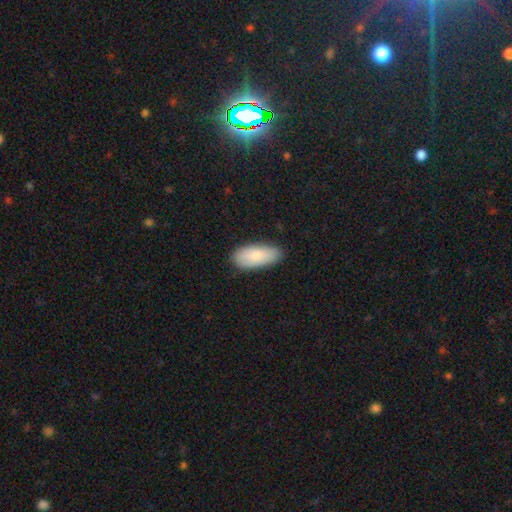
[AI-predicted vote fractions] Smooth or featured? Predicted: smooth (p=0.84). How rounded? Predicted: in between (p=0.89). Merging? Predicted: none (p=0.85).